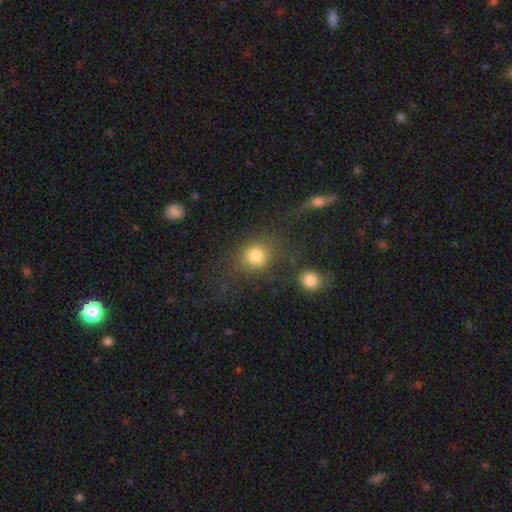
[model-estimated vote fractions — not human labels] Overall: smooth (79%). How rounded: round (68%; in between 30%). Merging: none (67%).